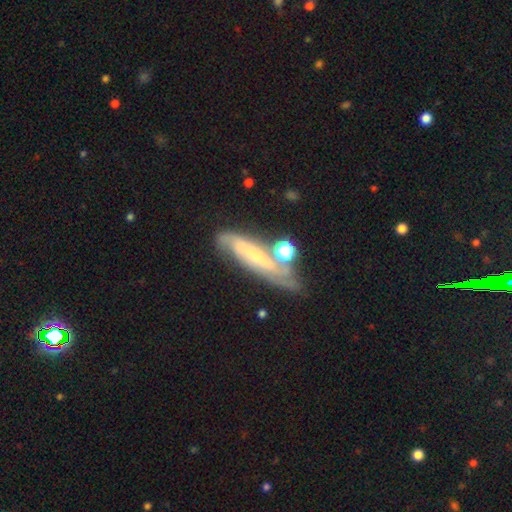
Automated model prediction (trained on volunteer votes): A featured or disk galaxy (67%).

Vote fractions:
- Smooth or featured? featured or disk: 67% / smooth: 24% / star or artifact: 9%
- Edge-on disk? no: 68% / yes: 32%
- Merging? none: 50% / minor disturbance: 22% / merger: 17% / major disturbance: 11%